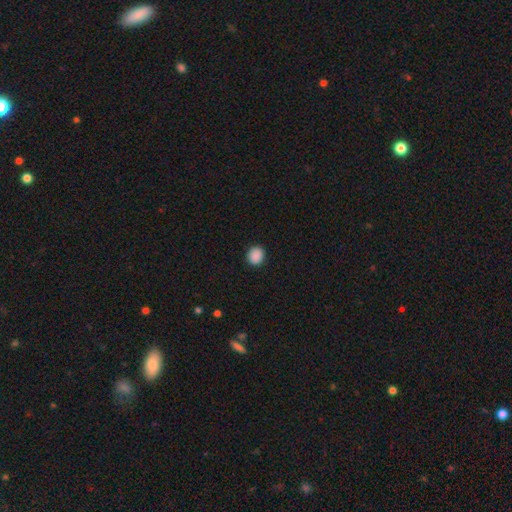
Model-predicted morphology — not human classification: Overall: smooth (89%). How rounded: round (74%). Merging: none (91%).